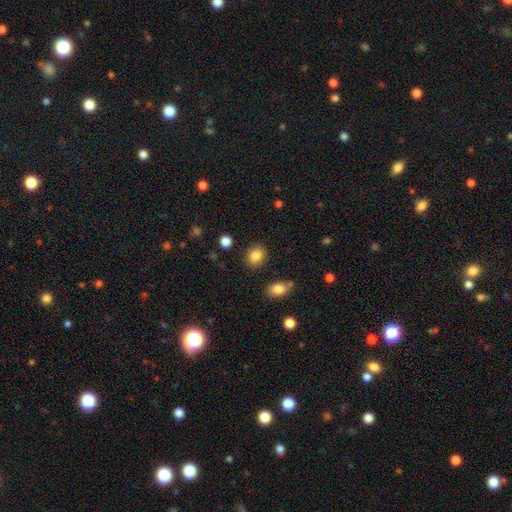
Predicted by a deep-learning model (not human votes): smooth_or_featured: smooth (p=0.85) [alt: star or artifact p=0.09]
how_rounded: round (p=0.63) [alt: in between p=0.35]
merging: none (p=0.87) [alt: minor disturbance p=0.08]